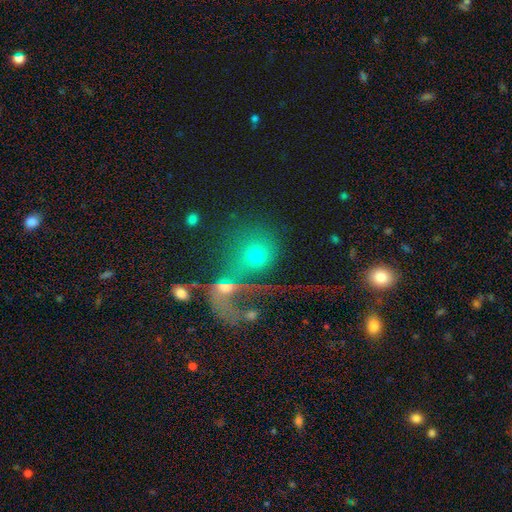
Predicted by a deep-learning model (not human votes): Smooth or featured: smooth — 55% (featured or disk — 27%)
How rounded: round — 73% (in between — 25%)
Merging: merger — 51% (none — 22%)